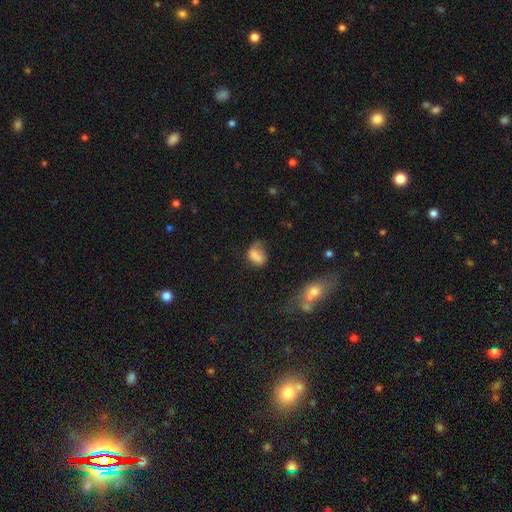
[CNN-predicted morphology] A smooth galaxy with no disk features (75%) that is in between round and cigar-shaped (76%).

Vote fractions:
- Smooth or featured? smooth: 75% / featured or disk: 13% / star or artifact: 11%
- How rounded? in between: 76% / round: 22% / cigar-shaped: 2%
- Merging? none: 40% / minor disturbance: 32% / major disturbance: 18% / merger: 10%